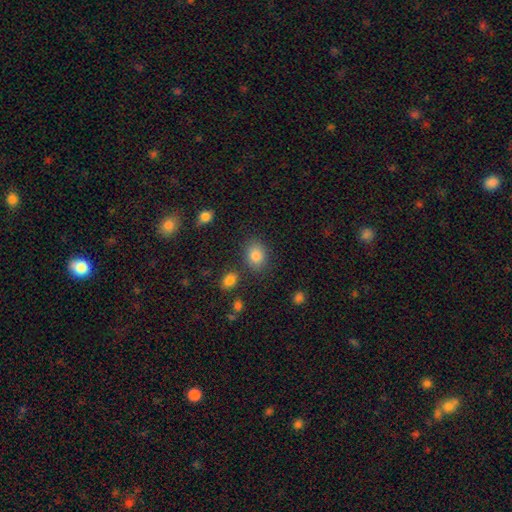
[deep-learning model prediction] Q: Smooth or featured?
A: smooth (84%); runner-up: star or artifact (9%)
Q: How rounded?
A: in between (60%); runner-up: round (39%)
Q: Merging?
A: none (80%); runner-up: minor disturbance (11%)